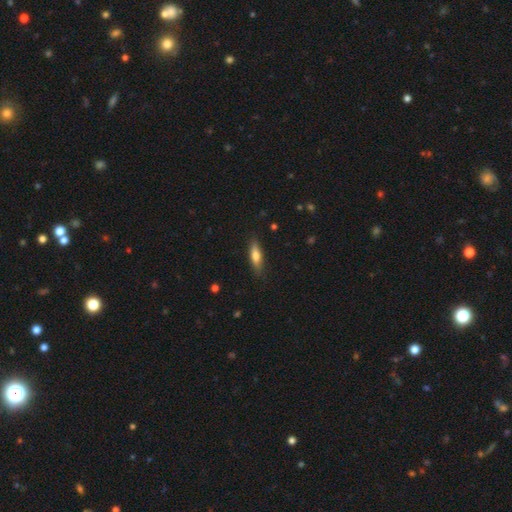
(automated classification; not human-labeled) smooth-or-featured: smooth: 66% | featured or disk: 28% | star or artifact: 6%
  how-rounded: cigar-shaped: 62% | in between: 36% | round: 2%
  merging: none: 83% | minor disturbance: 13% | major disturbance: 3% | merger: 1%